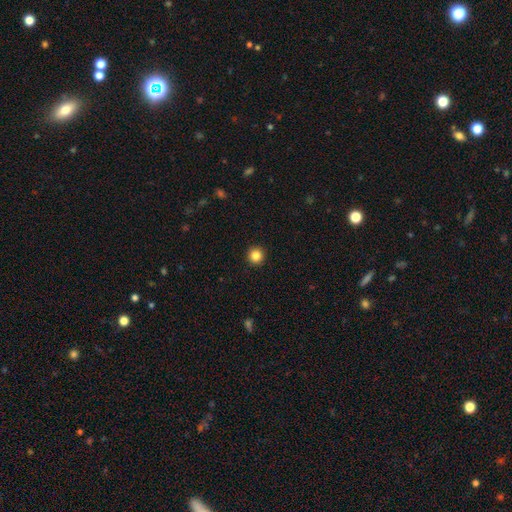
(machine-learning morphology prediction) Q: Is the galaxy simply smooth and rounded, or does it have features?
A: smooth — 85%.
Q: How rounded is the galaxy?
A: round — 96%.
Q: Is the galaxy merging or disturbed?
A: none — 94%.